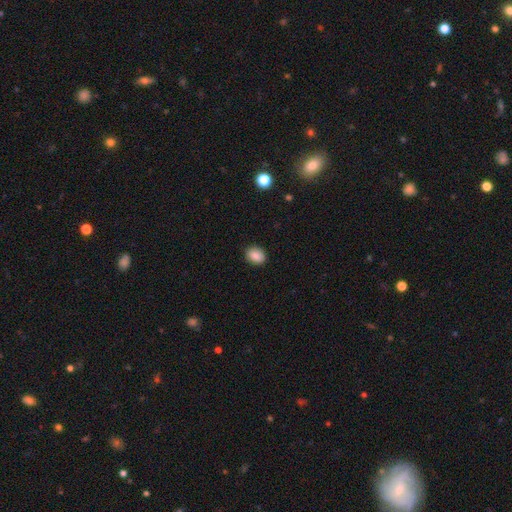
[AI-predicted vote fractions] This appears to be a smooth galaxy with no disk features (87%) that is in between round and cigar-shaped (61%). Merging: none (89%).